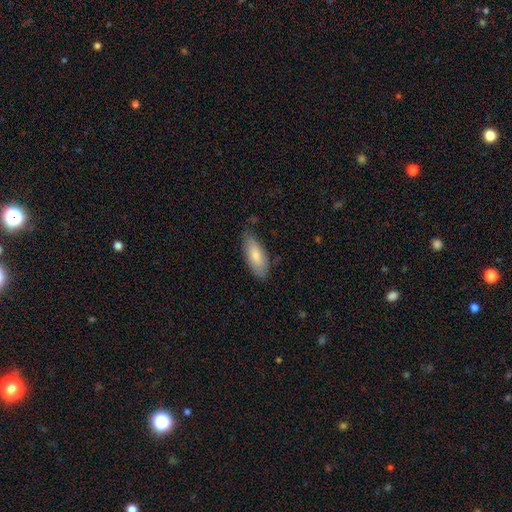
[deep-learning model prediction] This appears to be a smooth galaxy with no disk features (79%) that is in between round and cigar-shaped (76%). Merging: none (72%).